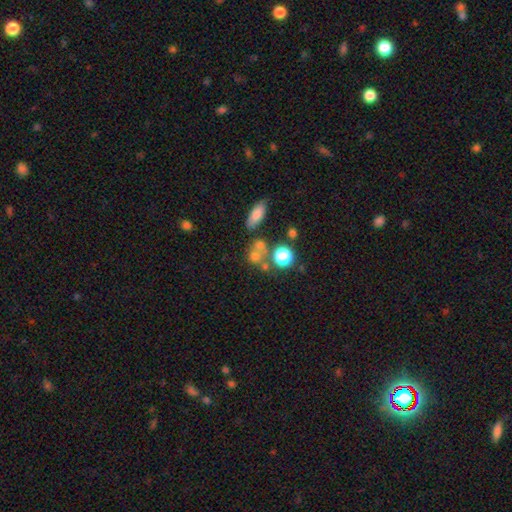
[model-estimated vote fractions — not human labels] Morphology: type=smooth (64%); roundness=round (73%); merging=none (43%).